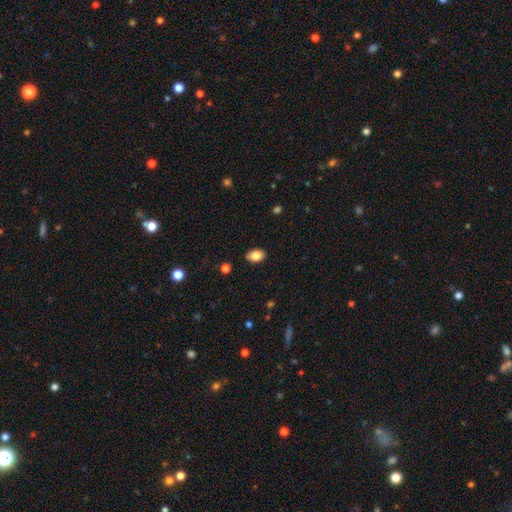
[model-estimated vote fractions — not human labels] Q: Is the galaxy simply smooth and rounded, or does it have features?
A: smooth — 85%.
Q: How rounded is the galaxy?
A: in between — 85%.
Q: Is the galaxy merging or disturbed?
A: none — 89%.